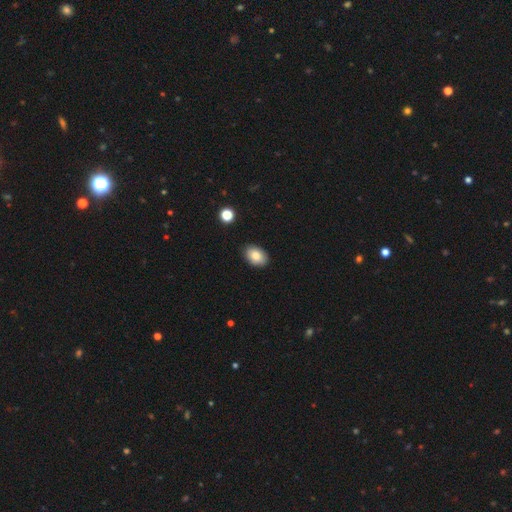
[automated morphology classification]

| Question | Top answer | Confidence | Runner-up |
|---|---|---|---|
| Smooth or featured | smooth | 85% | star or artifact (8%) |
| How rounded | in between | 86% | round (13%) |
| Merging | none | 88% | minor disturbance (9%) |